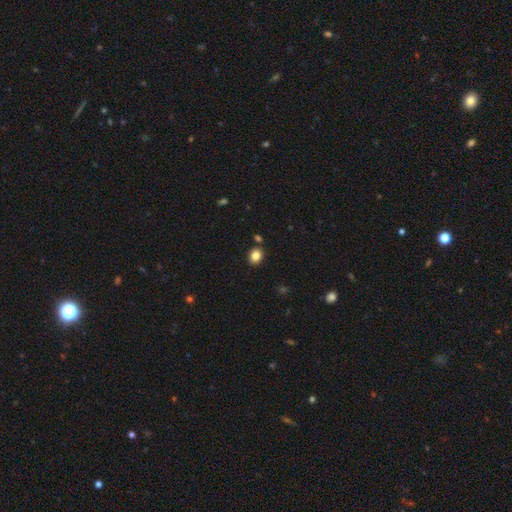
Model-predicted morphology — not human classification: This appears to be a smooth galaxy with no disk features (84%) that is round (55%). Merging: none (85%).